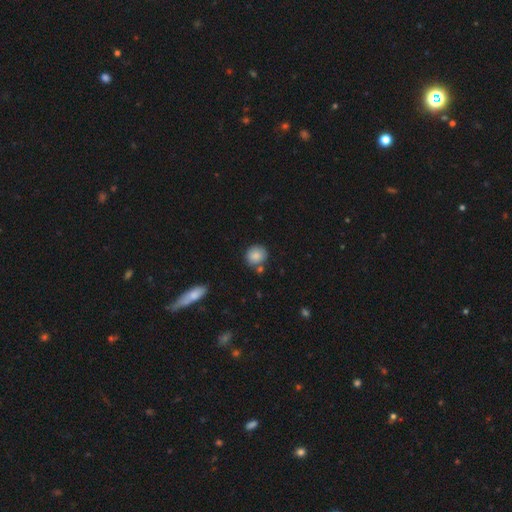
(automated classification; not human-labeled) Overall: smooth (85%). How rounded: round (85%). Merging: none (73%).